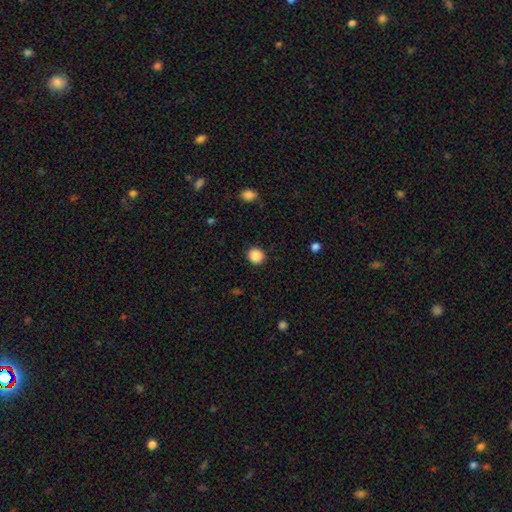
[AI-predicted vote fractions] A smooth galaxy with no disk features (88%) that is round (87%). Merging: none (91%).